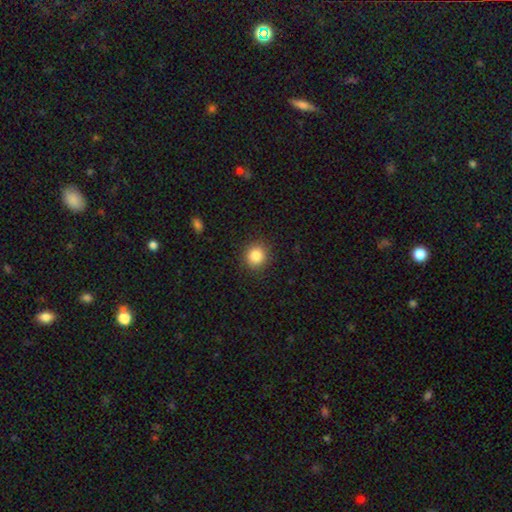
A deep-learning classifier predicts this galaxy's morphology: Q: Smooth or featured?
A: smooth (85%); runner-up: star or artifact (10%)
Q: How rounded?
A: round (90%); runner-up: in between (9%)
Q: Merging?
A: none (90%); runner-up: minor disturbance (7%)